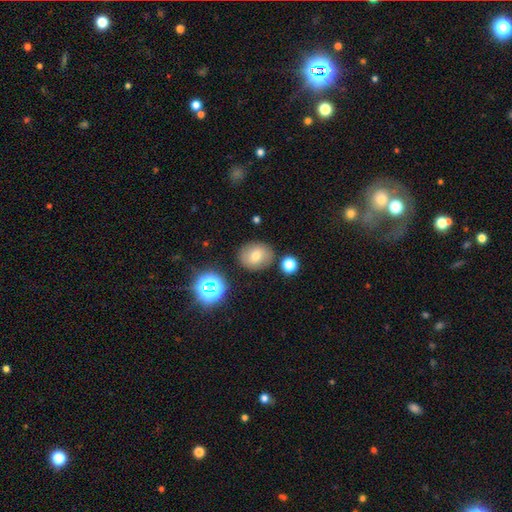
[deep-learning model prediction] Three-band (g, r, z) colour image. It shows a smooth galaxy with no disk features (67%) that is round (69%). Merging: none (82%).